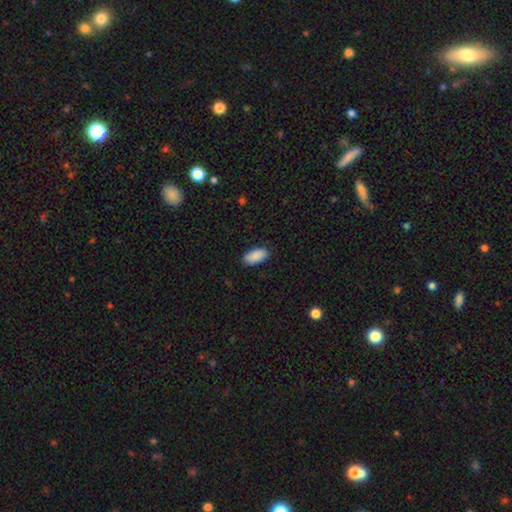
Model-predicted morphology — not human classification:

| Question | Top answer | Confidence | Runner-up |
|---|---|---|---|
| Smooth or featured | smooth | 90% | star or artifact (6%) |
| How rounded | in between | 93% | cigar-shaped (5%) |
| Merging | none | 87% | minor disturbance (10%) |